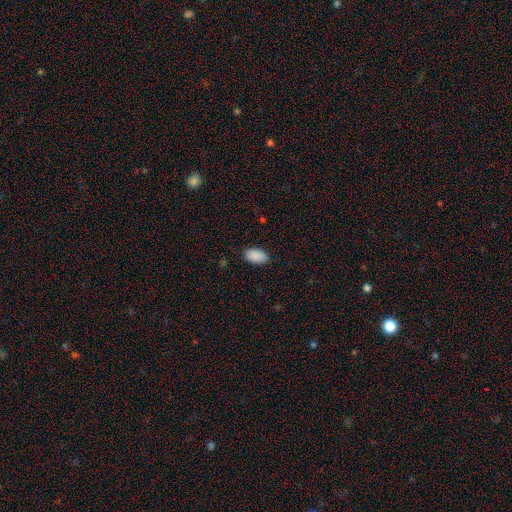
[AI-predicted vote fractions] A smooth galaxy with no disk features (90%) that is in between round and cigar-shaped (95%).

Vote fractions:
- Smooth or featured? smooth: 90% / star or artifact: 7% / featured or disk: 3%
- How rounded? in between: 95% / round: 4% / cigar-shaped: 1%
- Merging? none: 87% / minor disturbance: 10% / major disturbance: 2% / merger: 1%